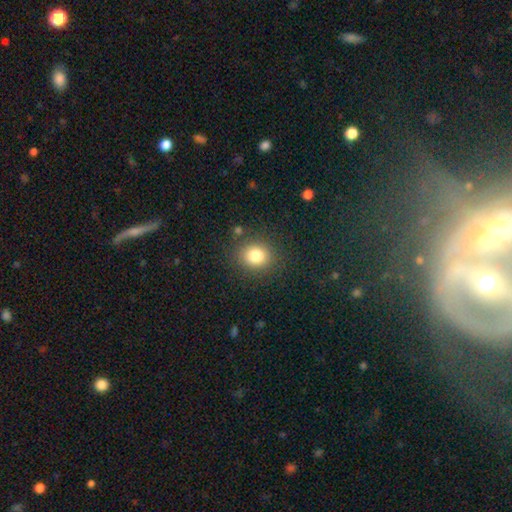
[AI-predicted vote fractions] Overall: smooth (81%). How rounded: round (77%). Merging: none (86%).